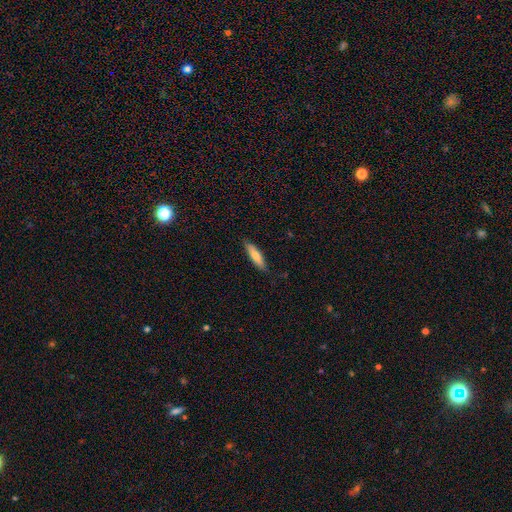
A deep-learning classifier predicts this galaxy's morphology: Overall: smooth (76%). How rounded: cigar-shaped (72%). Merging: none (85%).